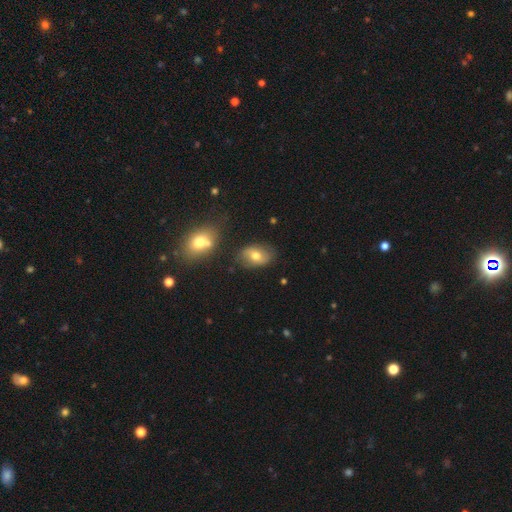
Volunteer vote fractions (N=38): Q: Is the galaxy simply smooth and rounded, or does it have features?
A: smooth — 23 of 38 (61%).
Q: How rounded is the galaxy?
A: in between — 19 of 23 (83%).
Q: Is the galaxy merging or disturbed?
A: none — 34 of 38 (89%).